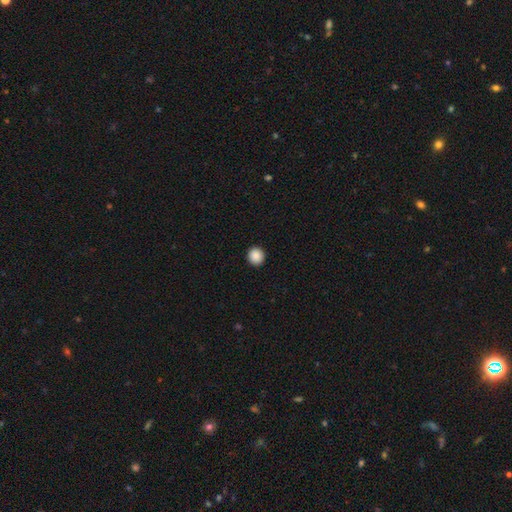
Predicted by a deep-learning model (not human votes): This appears to be a smooth galaxy with no disk features (89%) that is round (92%). Merging: none (93%).